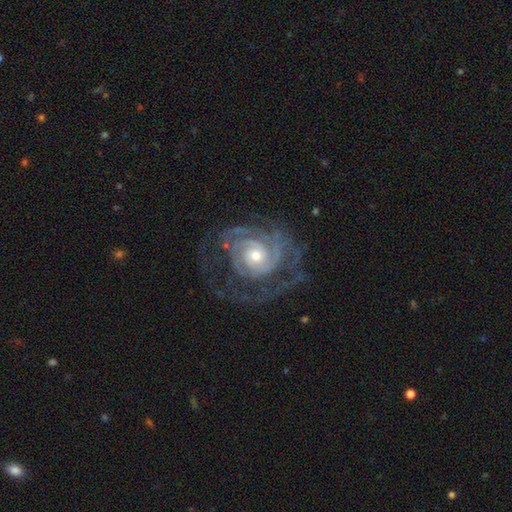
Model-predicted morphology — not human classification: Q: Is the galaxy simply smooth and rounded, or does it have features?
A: featured or disk — 89%.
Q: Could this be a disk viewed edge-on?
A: no — 97%.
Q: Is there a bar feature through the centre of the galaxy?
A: no — 74%.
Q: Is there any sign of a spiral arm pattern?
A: yes — 97%.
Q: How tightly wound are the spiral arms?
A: tight — 69%.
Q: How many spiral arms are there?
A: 2 — 33%.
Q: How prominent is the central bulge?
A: moderate — 55%.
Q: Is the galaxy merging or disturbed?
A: none — 61%.